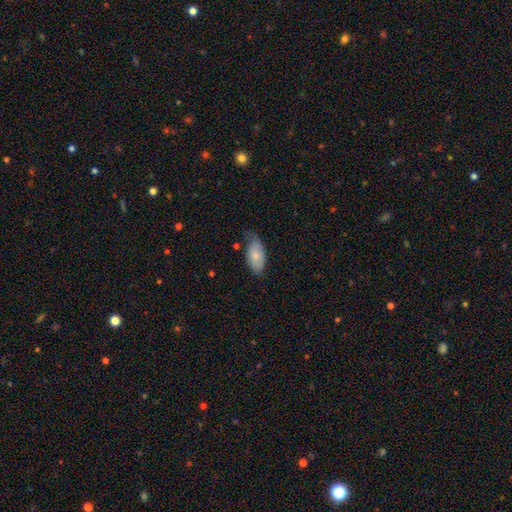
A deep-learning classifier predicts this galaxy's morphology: Smooth or featured? smooth (79%)
How rounded? in between (93%)
Merging? none (59%)